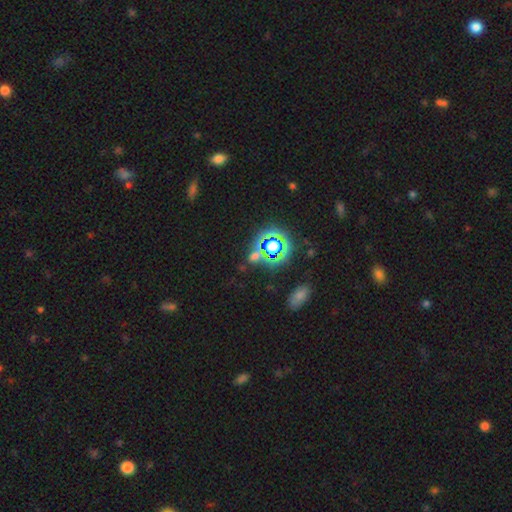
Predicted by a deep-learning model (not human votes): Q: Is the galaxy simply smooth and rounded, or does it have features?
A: star or artifact — 58%.